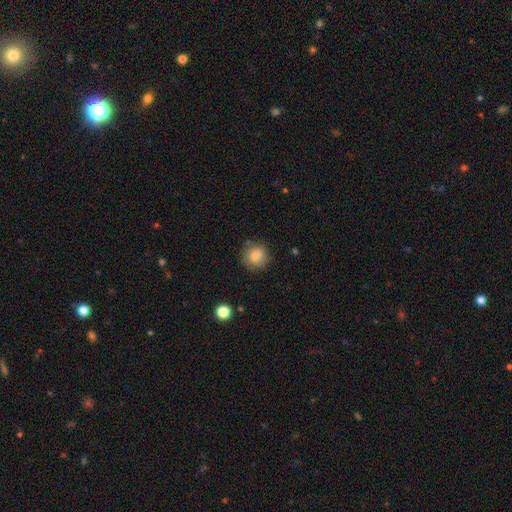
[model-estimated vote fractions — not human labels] Smooth or featured? smooth (81%)
How rounded? round (83%)
Merging? none (79%)